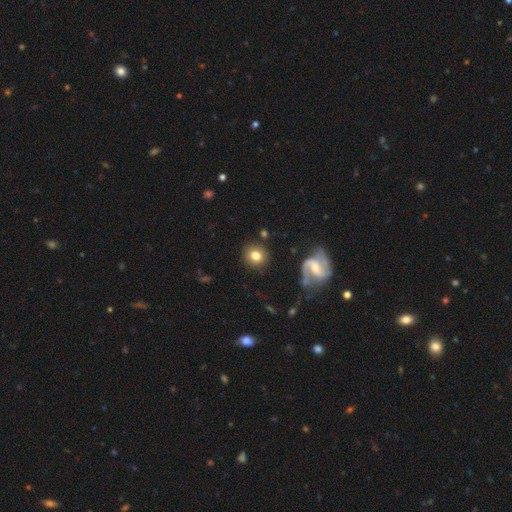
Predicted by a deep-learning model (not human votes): Smooth or featured? smooth (73%)
How rounded? round (89%)
Merging? none (86%)